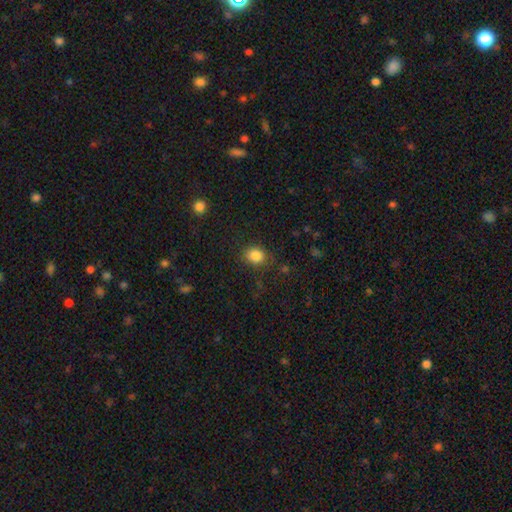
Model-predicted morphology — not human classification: Overall: smooth (85%). How rounded: round (58%; in between 41%). Merging: none (79%).